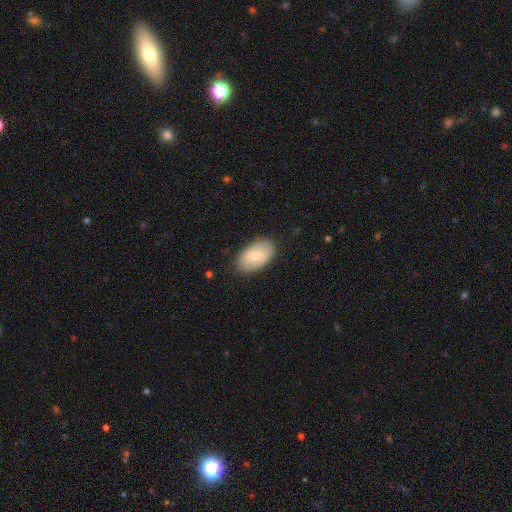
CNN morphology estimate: A smooth galaxy with no disk features (72%) that is in between round and cigar-shaped (94%). Merging: none (85%).